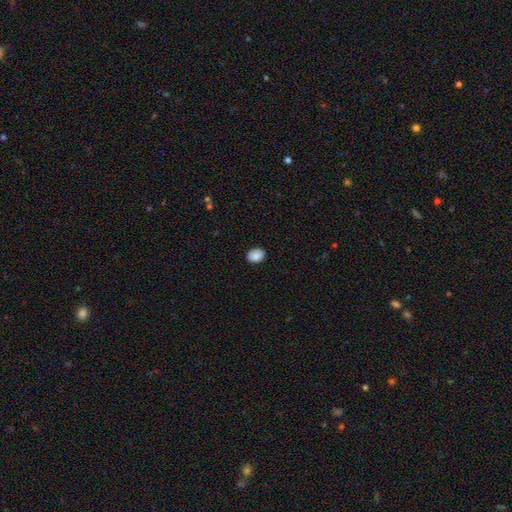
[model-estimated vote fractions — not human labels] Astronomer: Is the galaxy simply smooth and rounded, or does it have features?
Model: smooth — 88%.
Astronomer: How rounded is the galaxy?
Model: in between — 62% (runner-up: round, 37%).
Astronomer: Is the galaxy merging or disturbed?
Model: none — 87%.